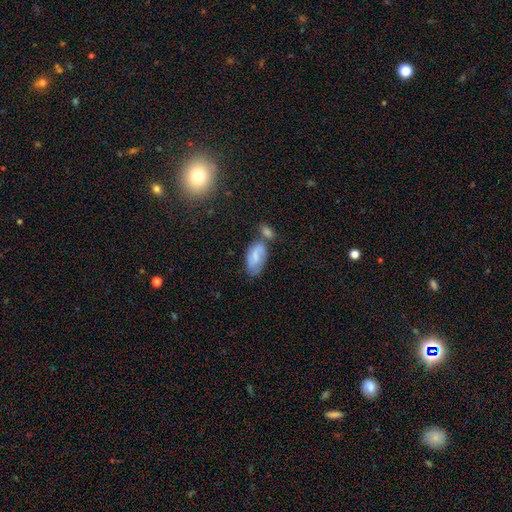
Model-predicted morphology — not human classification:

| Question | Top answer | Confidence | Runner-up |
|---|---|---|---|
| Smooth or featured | smooth | 51% | featured or disk (40%) |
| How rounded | in between | 92% | round (5%) |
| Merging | none | 39% | merger (33%) |